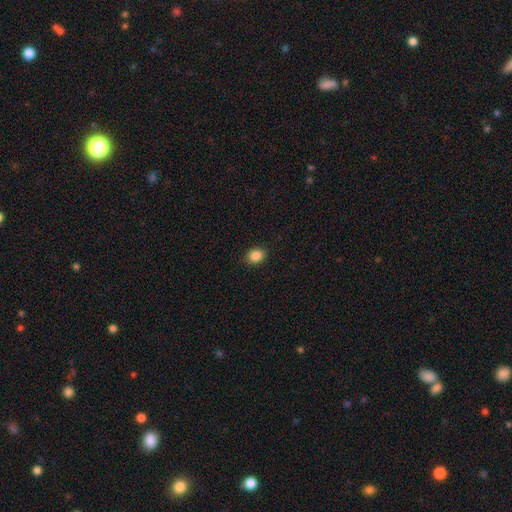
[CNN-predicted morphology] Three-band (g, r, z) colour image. It shows a smooth galaxy with no disk features (86%) that is round (55%). Merging: none (90%).